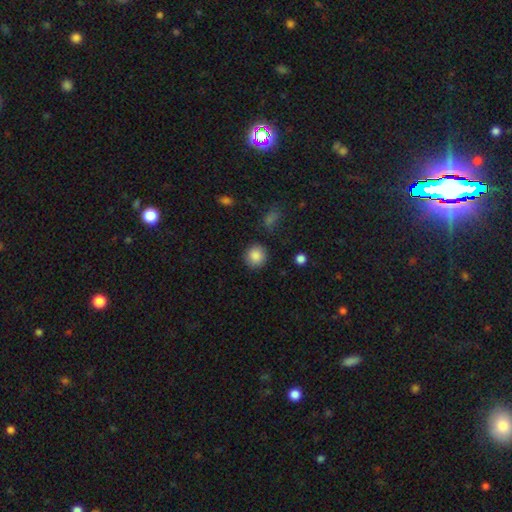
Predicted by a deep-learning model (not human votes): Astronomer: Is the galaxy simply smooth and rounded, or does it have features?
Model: smooth — 87%.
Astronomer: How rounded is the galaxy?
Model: round — 89%.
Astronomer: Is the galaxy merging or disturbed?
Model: none — 88%.